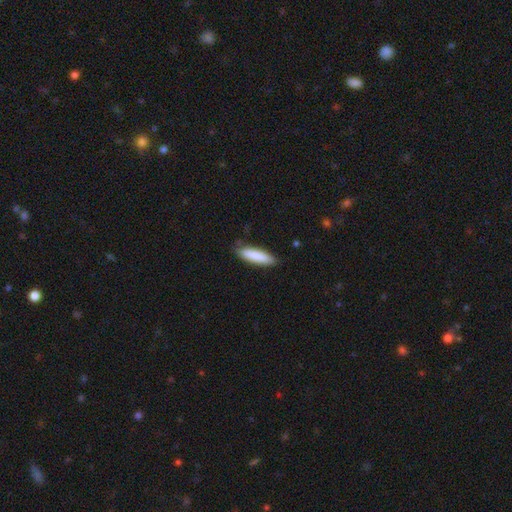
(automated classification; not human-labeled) Smooth or featured: smooth — 86% (featured or disk — 9%)
How rounded: cigar-shaped — 68% (in between — 30%)
Merging: none — 82% (minor disturbance — 14%)